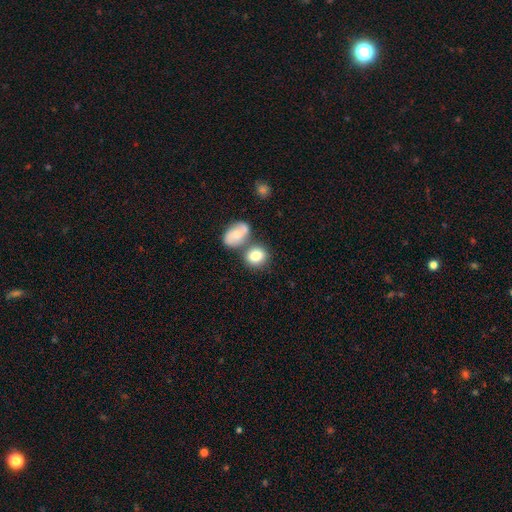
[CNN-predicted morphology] Smooth or featured?
  - smooth: 80% *
  - featured or disk: 12%
  - star or artifact: 8%
How rounded?
  - round: 63% *
  - in between: 35%
  - cigar-shaped: 1%
Merging?
  - none: 54% *
  - merger: 31%
  - minor disturbance: 11%
  - major disturbance: 4%